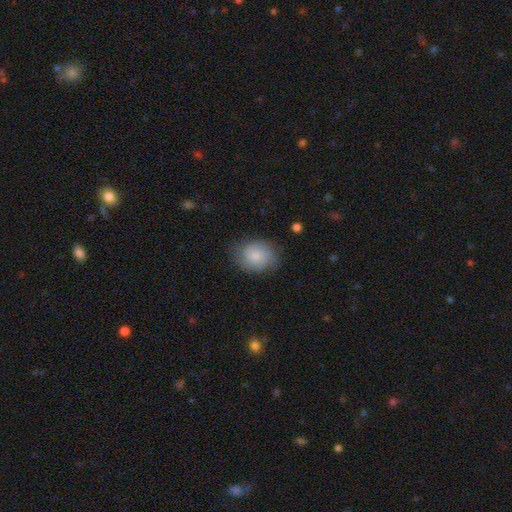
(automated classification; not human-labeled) Smooth or featured? smooth (59%)
How rounded? round (57%)
Merging? none (71%)